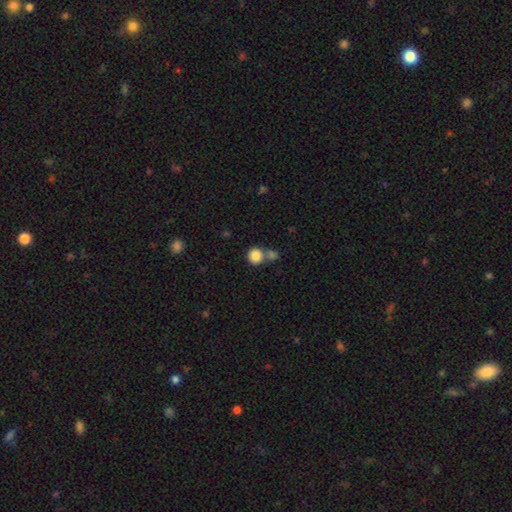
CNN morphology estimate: This appears to be a smooth galaxy with no disk features (86%) that is round (91%). Merging: none (56%).